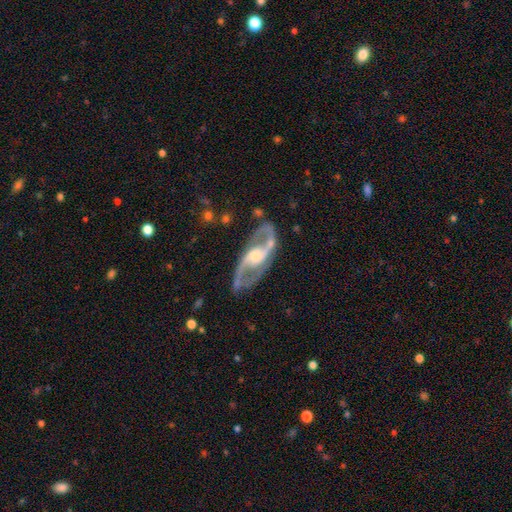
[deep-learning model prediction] A featured or disk galaxy (90%) with no bar (40%), 2 (93%) medium (58%) spiral arms (95%) and a moderate central bulge (57%).

Vote fractions:
- Smooth or featured? featured or disk: 90% / smooth: 5% / star or artifact: 4%
- Edge-on disk? no: 94% / yes: 6%
- Bar? no: 40% / weak: 37% / strong: 23%
- Spiral arms? yes: 95% / no: 5%
- Spiral winding? medium: 58% / loose: 25% / tight: 17%
- Spiral arm count? 2: 93% / can't tell: 3% / 1: 1% / 3: 1% / 4: 1% / more than 4: 1%
- Bulge size? moderate: 57% / small: 31% / large: 9% / none: 2% / dominant: 1%
- Merging? none: 79% / minor disturbance: 13% / major disturbance: 6% / merger: 2%